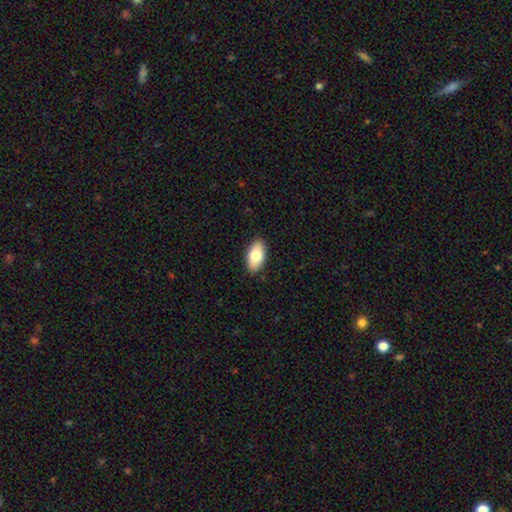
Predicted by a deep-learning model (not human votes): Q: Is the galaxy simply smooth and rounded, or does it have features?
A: smooth — 80%.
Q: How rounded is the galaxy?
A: in between — 94%.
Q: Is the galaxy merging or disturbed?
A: none — 89%.